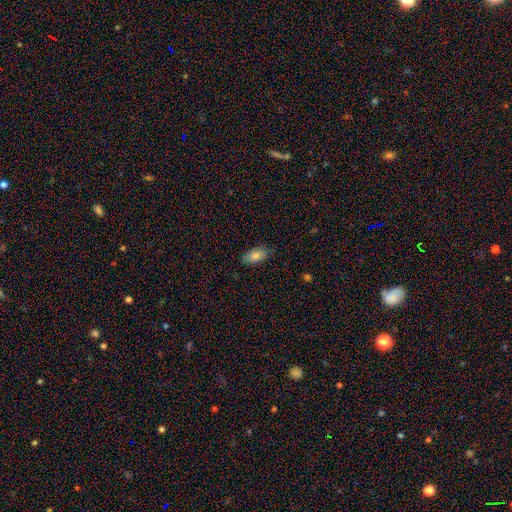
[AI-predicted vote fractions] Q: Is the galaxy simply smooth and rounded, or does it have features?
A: smooth — 81%.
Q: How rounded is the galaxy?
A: in between — 92%.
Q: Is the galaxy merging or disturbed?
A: none — 83%.